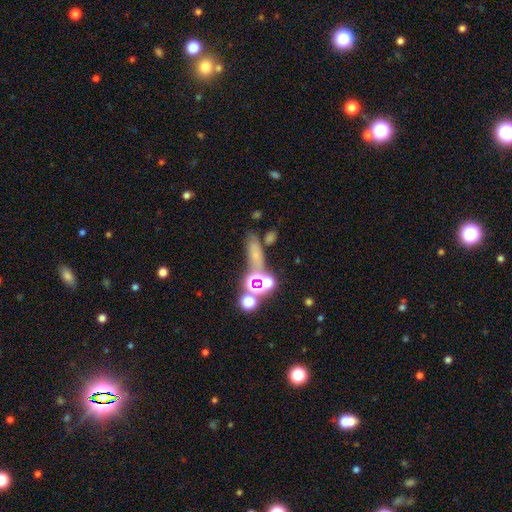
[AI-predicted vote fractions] The model was most divided on "smooth or featured": smooth: 48%, star or artifact: 33%, featured or disk: 20%. More confident: merging — none (55%).